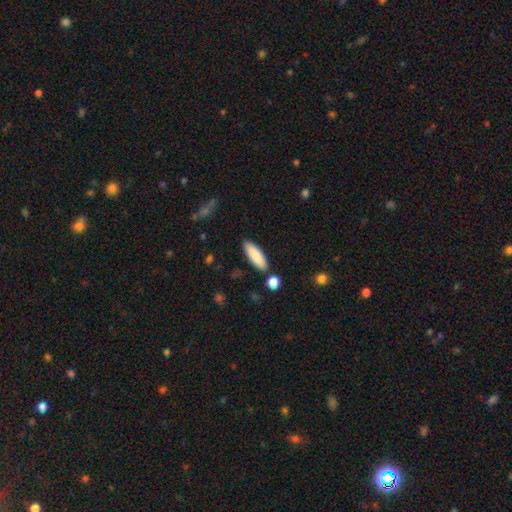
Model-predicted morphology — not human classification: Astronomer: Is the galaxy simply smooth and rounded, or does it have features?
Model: smooth — 87%.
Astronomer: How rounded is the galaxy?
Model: in between — 54% (runner-up: cigar-shaped, 44%).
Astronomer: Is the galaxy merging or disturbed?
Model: none — 85%.